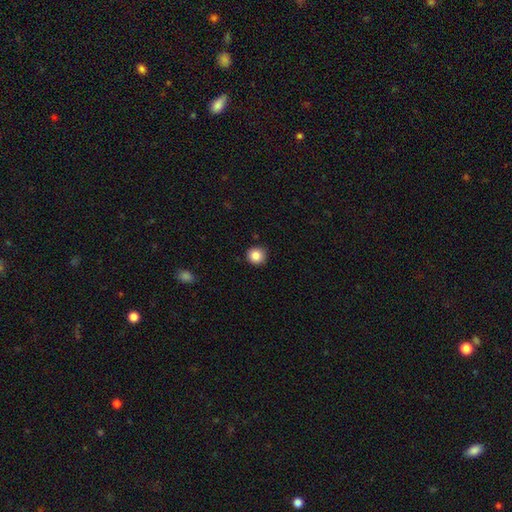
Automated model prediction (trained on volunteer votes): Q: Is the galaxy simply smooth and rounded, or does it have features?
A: smooth — 85%.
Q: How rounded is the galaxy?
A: round — 92%.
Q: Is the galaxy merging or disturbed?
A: none — 89%.